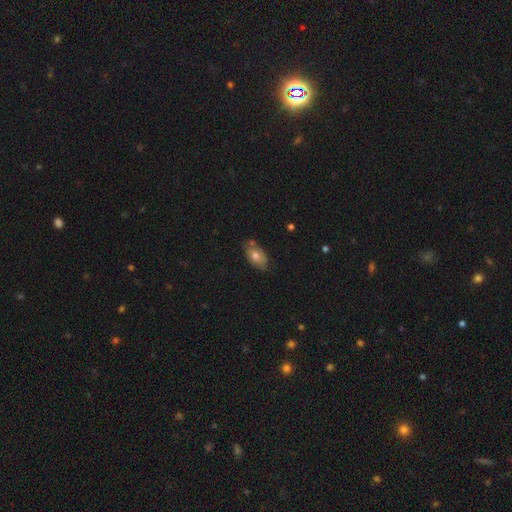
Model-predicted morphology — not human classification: This is likely a smooth galaxy (64%). How rounded: clearly in between (91%). Merging: likely none (63%).